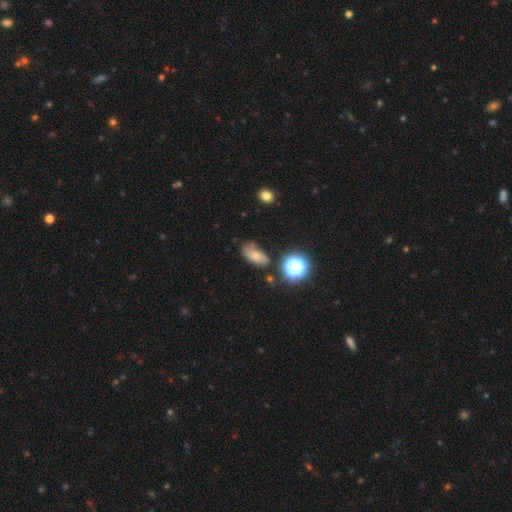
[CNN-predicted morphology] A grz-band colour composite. It shows a smooth galaxy with no disk features (56%) that is in between round and cigar-shaped (85%). Merging: none (55%).